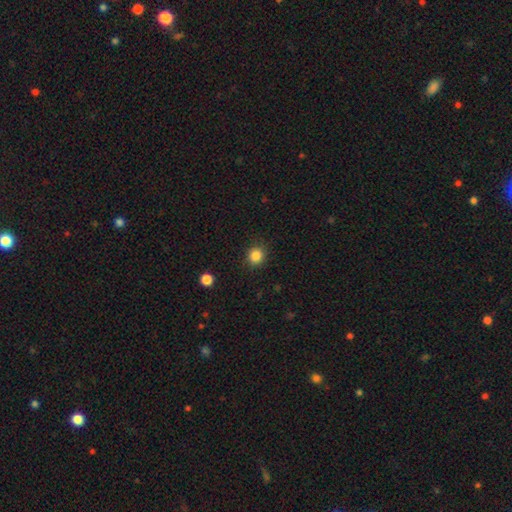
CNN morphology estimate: This is clearly a smooth galaxy (85%). How rounded: clearly round (85%). Merging: clearly none (89%).